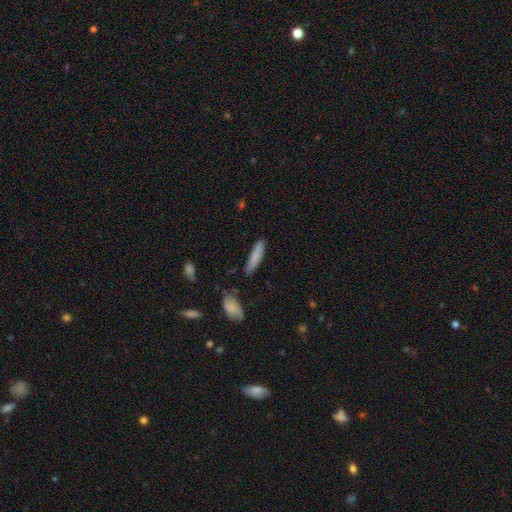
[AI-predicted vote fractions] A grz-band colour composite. It shows a smooth galaxy with no disk features (79%) that is cigar-shaped (81%). Merging: none (76%).